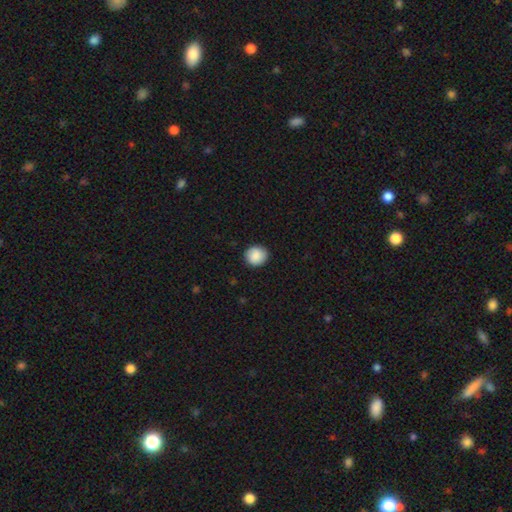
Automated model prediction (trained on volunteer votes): Morphology: type=smooth (88%); roundness=round (89%); merging=none (89%).